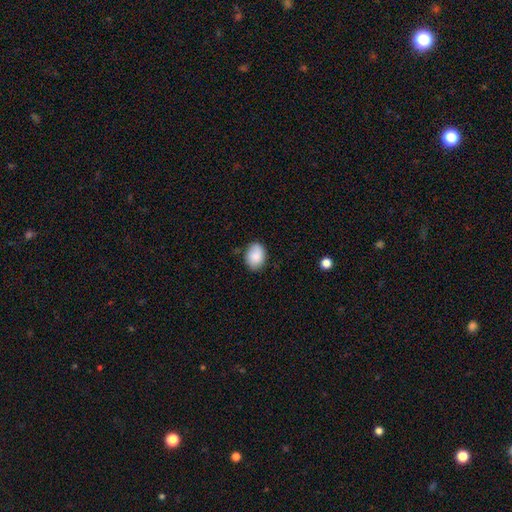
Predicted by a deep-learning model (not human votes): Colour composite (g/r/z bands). It shows a smooth galaxy with no disk features (87%) that is in between round and cigar-shaped (75%). Merging: none (80%).